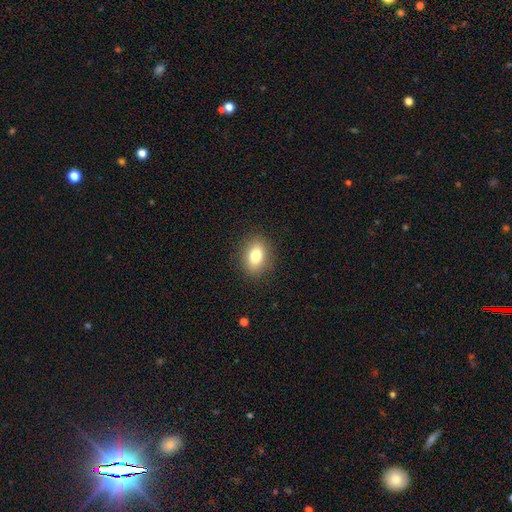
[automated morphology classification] Smooth or featured? smooth (78%)
How rounded? in between (69%)
Merging? none (88%)